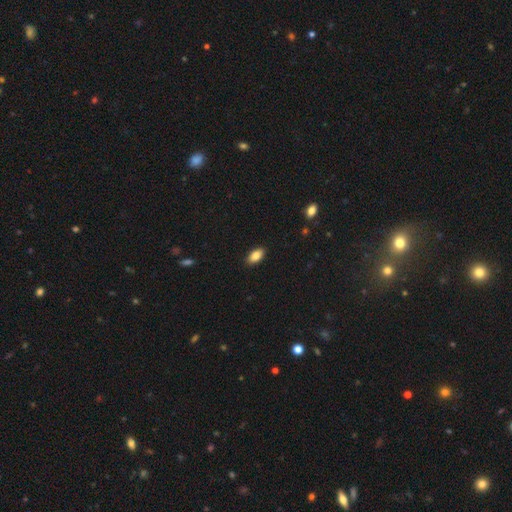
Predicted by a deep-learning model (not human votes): A smooth galaxy with no disk features (86%) that is in between round and cigar-shaped (92%).

Vote fractions:
- Smooth or featured? smooth: 86% / star or artifact: 8% / featured or disk: 6%
- How rounded? in between: 92% / round: 4% / cigar-shaped: 4%
- Merging? none: 89% / minor disturbance: 8% / major disturbance: 2% / merger: 1%